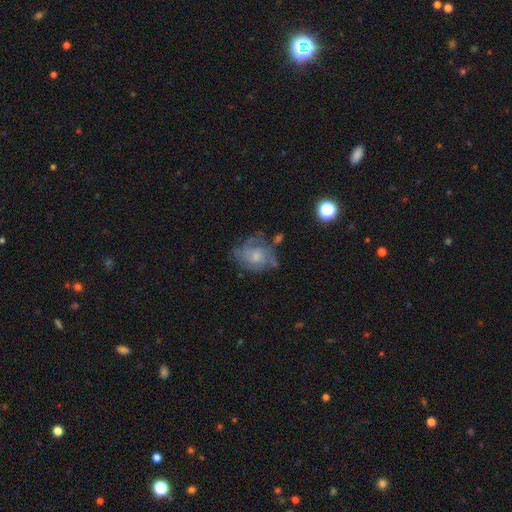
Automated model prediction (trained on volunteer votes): Morphology: type=featured or disk (61%); edge-on=no (97%); bar=no (72%); spiral arms=yes (74%); bulge=small (46%); merging=none (50%).